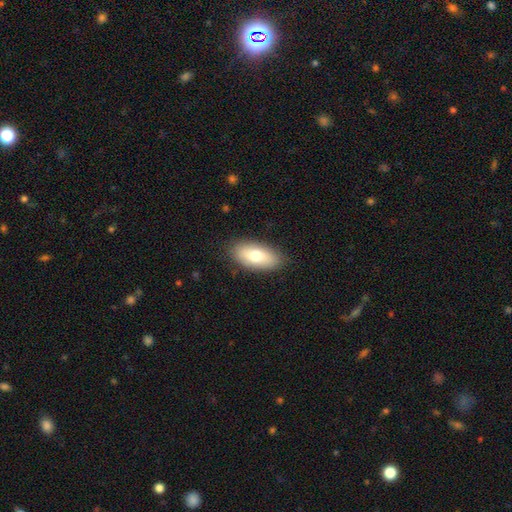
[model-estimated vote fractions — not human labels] Q: Smooth or featured?
A: smooth (73%); runner-up: featured or disk (20%)
Q: How rounded?
A: in between (89%); runner-up: cigar-shaped (7%)
Q: Merging?
A: none (86%); runner-up: minor disturbance (10%)